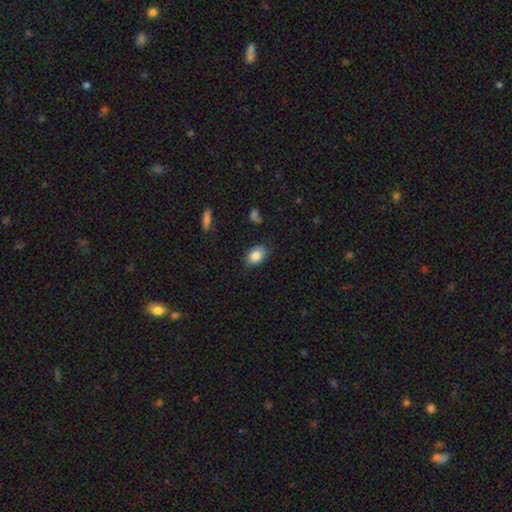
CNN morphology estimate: smooth 85%, star or artifact 8%, featured or disk 7%. Down the decision tree: how rounded — in between (84%); merging — none (80%).